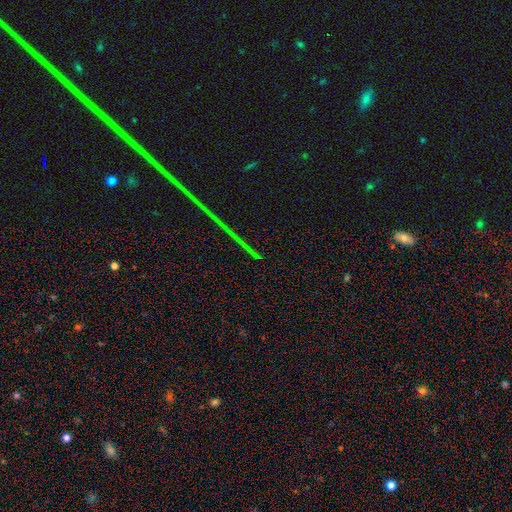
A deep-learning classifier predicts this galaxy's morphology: This is clearly a star or artifact rather than a galaxy (84%).